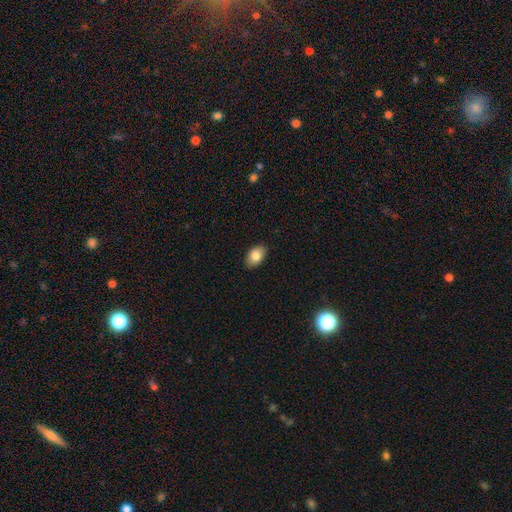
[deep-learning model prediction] smooth-or-featured: smooth: 84% | featured or disk: 9% | star or artifact: 7%
  how-rounded: in between: 87% | round: 11% | cigar-shaped: 1%
  merging: none: 88% | minor disturbance: 9% | major disturbance: 2% | merger: 1%